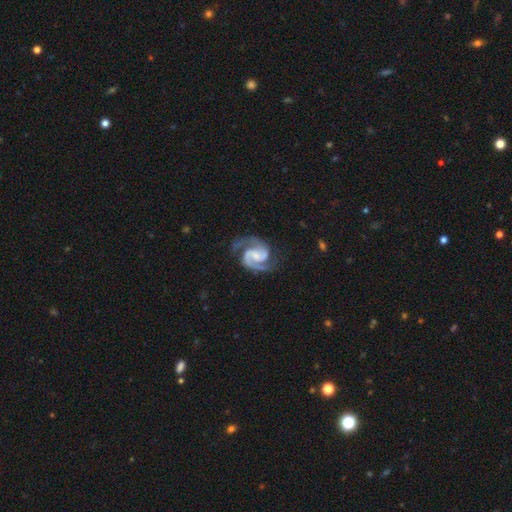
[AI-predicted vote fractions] The model was most divided on "bar": no: 44%, weak: 42%, strong: 14%. Remaining: spiral arms — yes (99%); edge-on disk — no (98%); spiral arm count — 2 (94%); smooth or featured — featured or disk (93%); merging — none (74%); spiral winding — medium (58%); bulge size — small (43%).